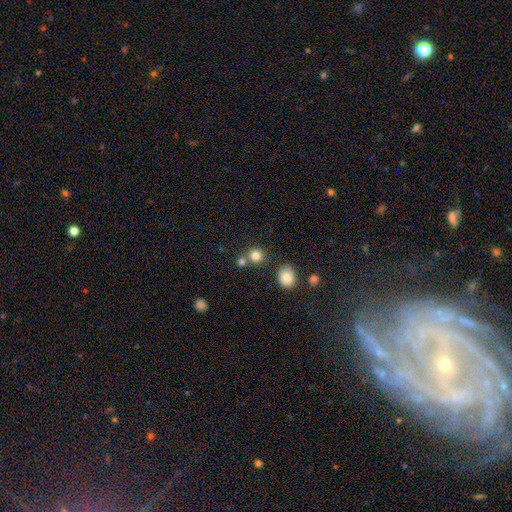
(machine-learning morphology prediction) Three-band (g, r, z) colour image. It shows a smooth galaxy with no disk features (81%) that is round (87%). Merging: none (64%).